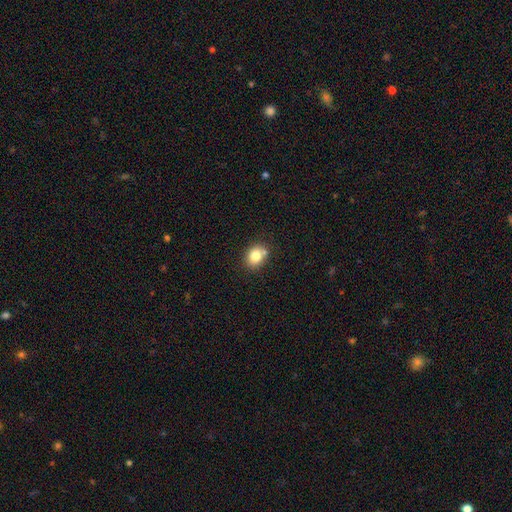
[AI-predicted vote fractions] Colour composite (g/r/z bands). It shows a smooth galaxy with no disk features (80%) that is round (53%). Merging: none (71%).